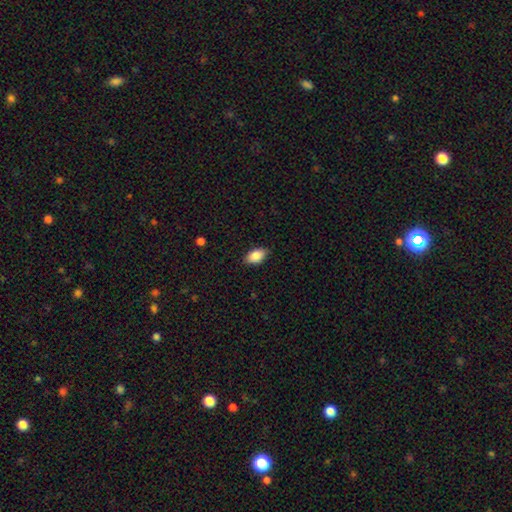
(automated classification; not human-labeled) smooth 87%, star or artifact 7%, featured or disk 5%. Down the decision tree: how rounded — in between (92%); merging — none (87%).